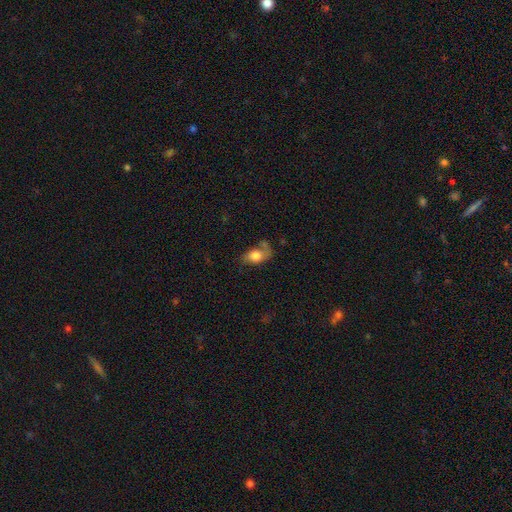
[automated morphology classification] This is likely a smooth galaxy (68%). How rounded: clearly in between (81%). Merging: marginally none (36%).